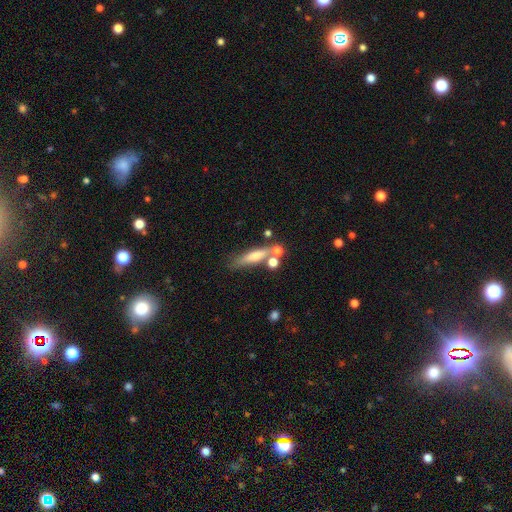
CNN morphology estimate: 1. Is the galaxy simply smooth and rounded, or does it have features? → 62% smooth, 28% featured or disk, 10% star or artifact.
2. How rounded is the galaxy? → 71% cigar-shaped, 23% in between, 6% round.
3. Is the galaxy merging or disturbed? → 56% none, 21% merger, 15% minor disturbance, 8% major disturbance.